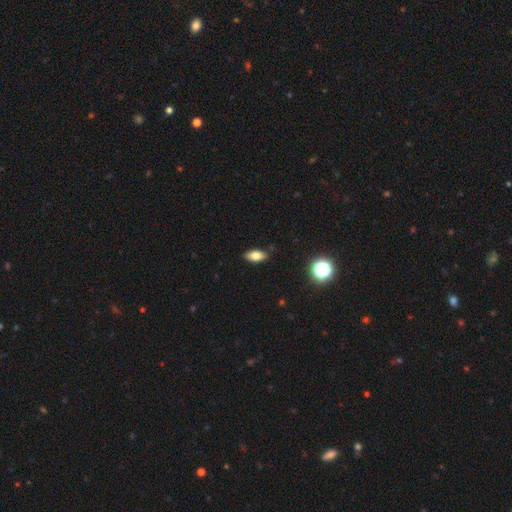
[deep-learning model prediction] smooth_or_featured: smooth (p=0.77) [alt: featured or disk p=0.14]
how_rounded: in between (p=0.87) [alt: cigar-shaped p=0.08]
merging: none (p=0.87) [alt: minor disturbance p=0.10]